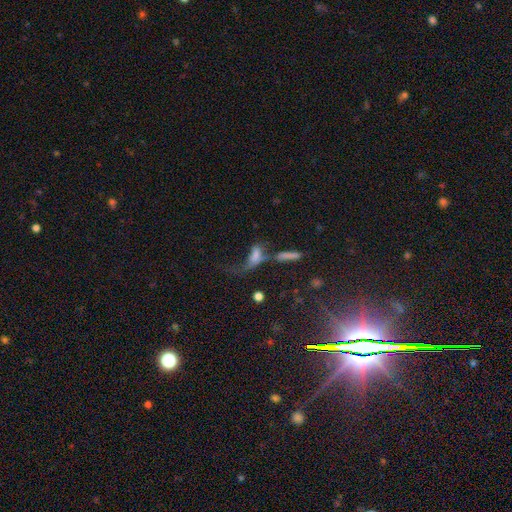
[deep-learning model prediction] A smooth galaxy with no disk features (51%) that is in between round and cigar-shaped (65%). Merging: merger (38%).